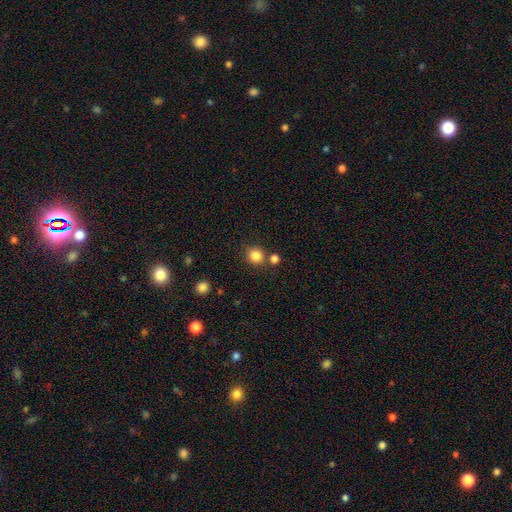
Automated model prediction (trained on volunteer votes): Smooth or featured? Predicted: smooth (p=0.84). How rounded? Predicted: round (p=0.86). Merging? Predicted: none (p=0.74).